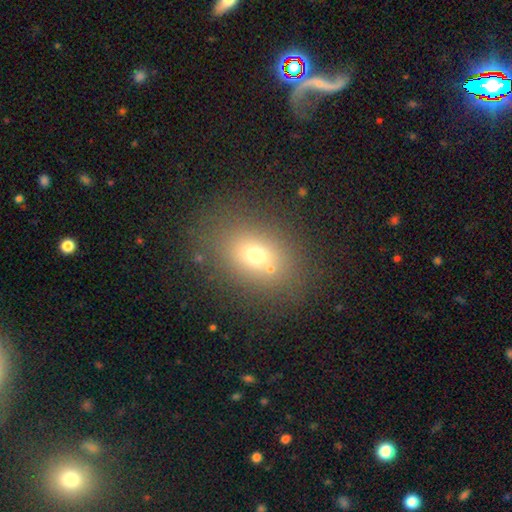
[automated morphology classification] Overall: smooth (68%). How rounded: in between (65%; round 34%). Merging: none (76%).